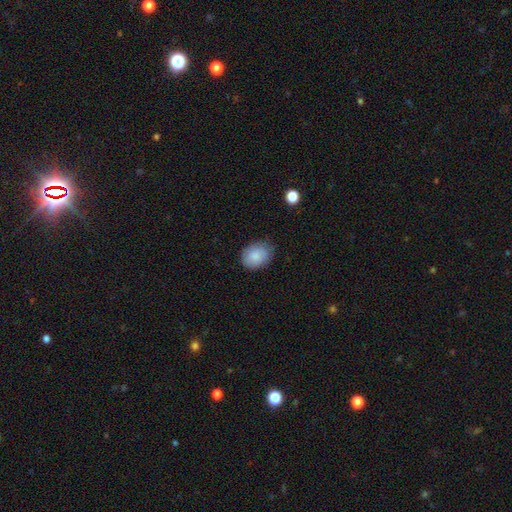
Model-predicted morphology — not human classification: Smooth or featured? smooth (85%)
How rounded? in between (64%)
Merging? none (76%)